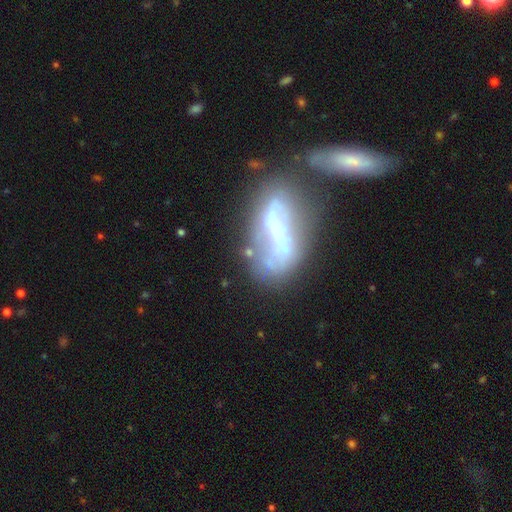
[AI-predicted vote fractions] Overall: featured or disk (62%; smooth 27%). Edge-on disk: no (83%). Bar: strong (49%; no 30%). Spiral arms: no (65%; yes 35%). Bulge size: none (48%; small 21%). Merging: merger (32%; none 30%).